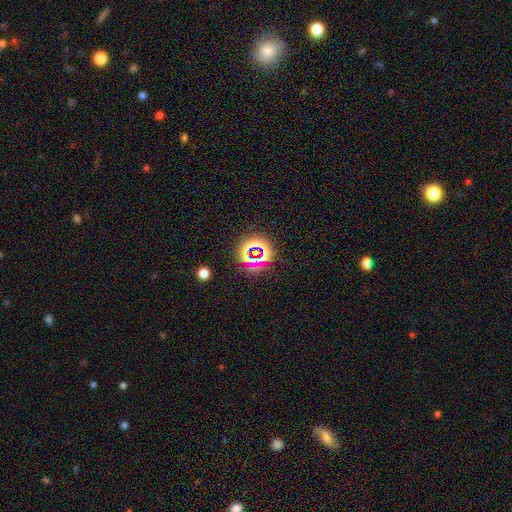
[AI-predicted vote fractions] Smooth or featured: star or artifact — 71% (smooth — 19%)